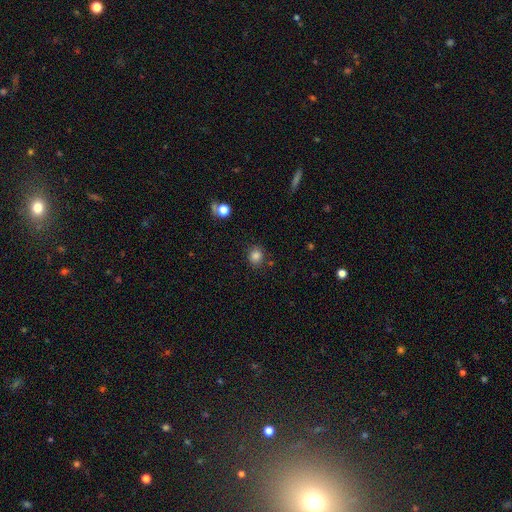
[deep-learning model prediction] Smooth or featured? Predicted: smooth (p=0.84). How rounded? Predicted: round (p=0.83). Merging? Predicted: none (p=0.84).